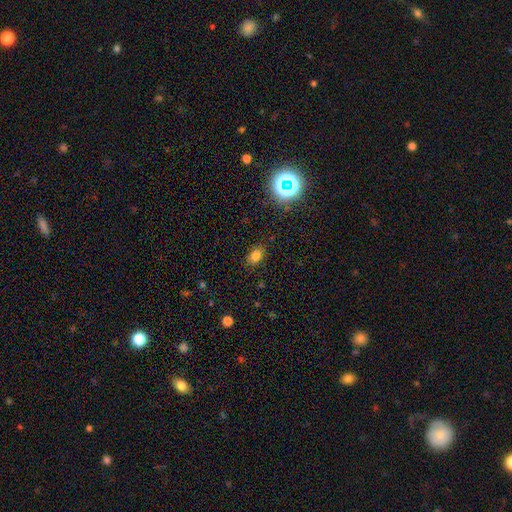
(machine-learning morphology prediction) smooth_or_featured: smooth (p=0.76) [alt: star or artifact p=0.17]
how_rounded: in between (p=0.78) [alt: round p=0.20]
merging: none (p=0.84) [alt: minor disturbance p=0.12]